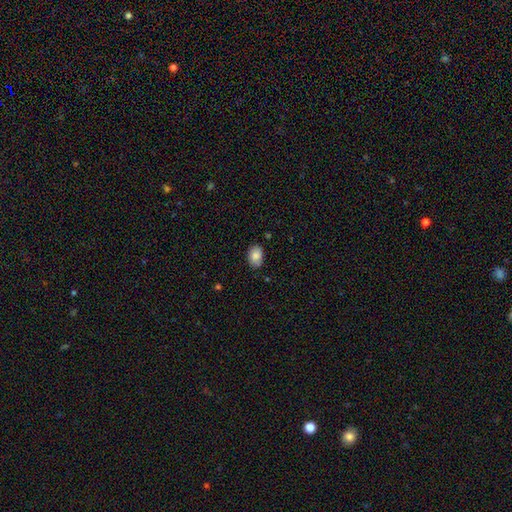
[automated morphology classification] Smooth or featured: smooth — 85% (star or artifact — 8%)
How rounded: in between — 83% (round — 16%)
Merging: none — 80% (minor disturbance — 16%)